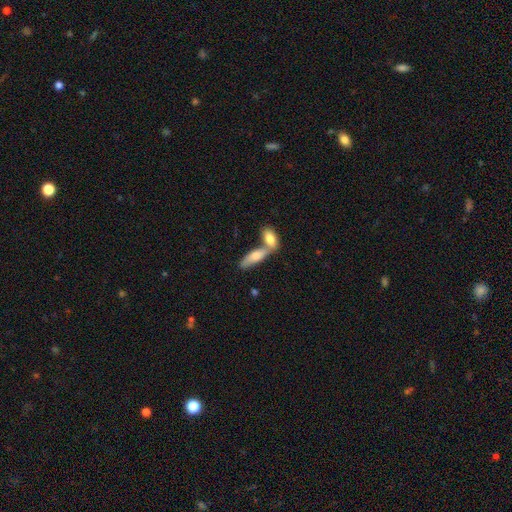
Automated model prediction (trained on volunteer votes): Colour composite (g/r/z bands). It shows a smooth galaxy with no disk features (72%) that is in between round and cigar-shaped (62%). Merging: merger (55%).